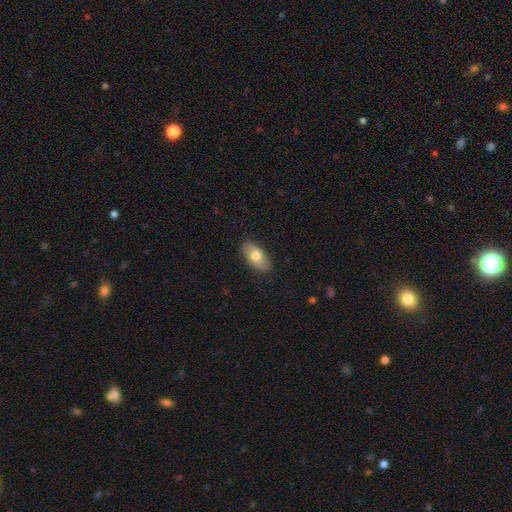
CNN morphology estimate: This is likely a smooth galaxy (69%). How rounded: clearly in between (91%). Merging: clearly none (84%).